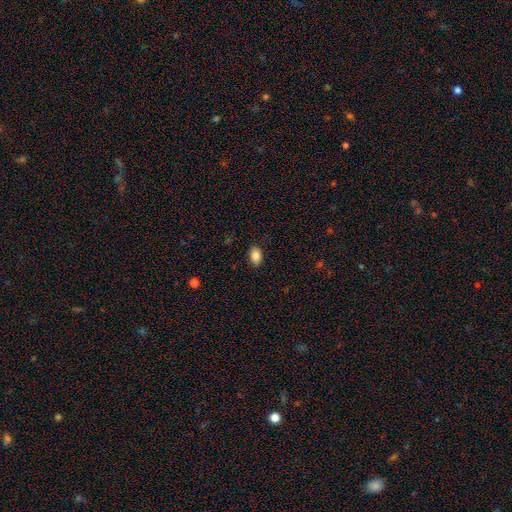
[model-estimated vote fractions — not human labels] Smooth or featured: smooth — 85% (star or artifact — 8%)
How rounded: in between — 87% (round — 11%)
Merging: none — 88% (minor disturbance — 9%)